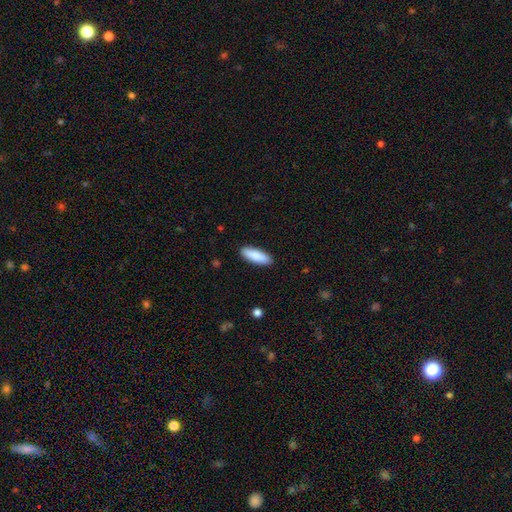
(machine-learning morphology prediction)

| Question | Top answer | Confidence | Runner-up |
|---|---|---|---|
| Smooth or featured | smooth | 87% | featured or disk (7%) |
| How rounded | in between | 54% | cigar-shaped (44%) |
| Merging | none | 90% | minor disturbance (7%) |